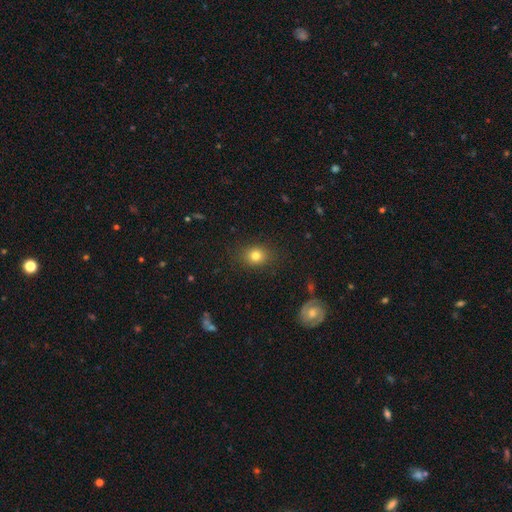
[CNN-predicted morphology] This is clearly a smooth galaxy (80%). How rounded: likely round (61%). Merging: clearly none (86%).